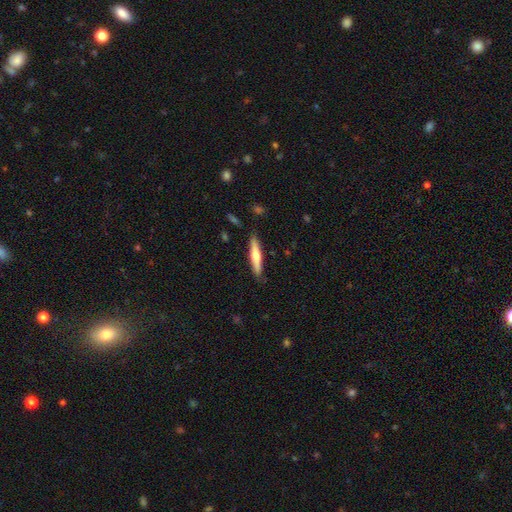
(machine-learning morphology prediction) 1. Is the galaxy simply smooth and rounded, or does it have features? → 48% smooth, 47% featured or disk, 5% star or artifact.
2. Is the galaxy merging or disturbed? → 88% none, 9% minor disturbance, 2% major disturbance, 2% merger.